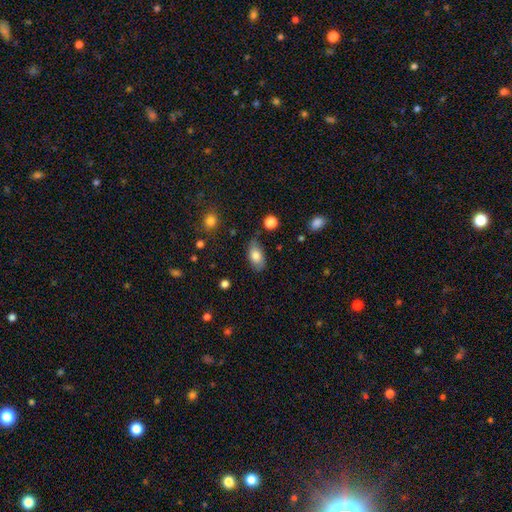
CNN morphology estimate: Smooth or featured?
  - smooth: 78% *
  - featured or disk: 14%
  - star or artifact: 8%
How rounded?
  - in between: 91% *
  - round: 7%
  - cigar-shaped: 2%
Merging?
  - none: 66% *
  - minor disturbance: 26%
  - major disturbance: 6%
  - merger: 3%